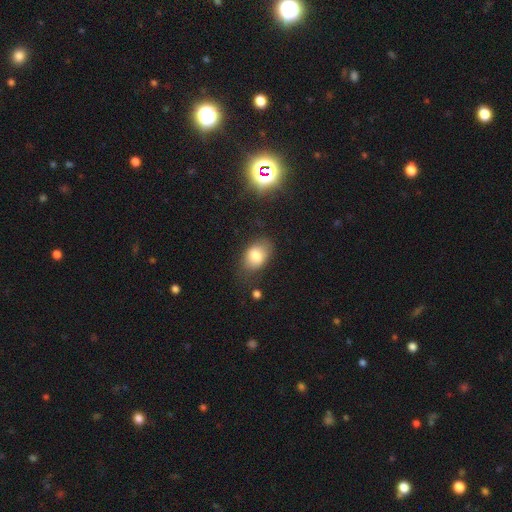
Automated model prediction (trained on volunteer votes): This is likely a smooth galaxy (78%). How rounded: clearly in between (84%). Merging: likely none (71%).